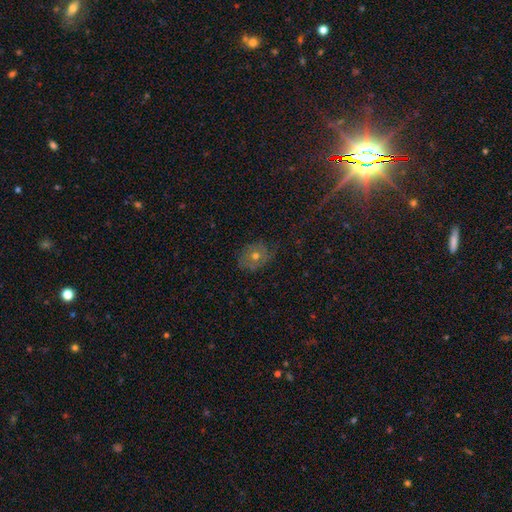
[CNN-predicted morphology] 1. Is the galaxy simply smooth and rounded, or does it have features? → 43% smooth, 41% featured or disk, 16% star or artifact.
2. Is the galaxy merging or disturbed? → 71% none, 20% minor disturbance, 7% major disturbance, 1% merger.